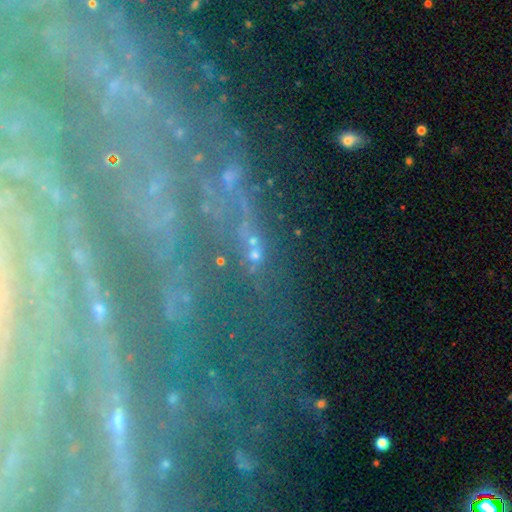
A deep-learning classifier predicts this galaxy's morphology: star or artifact 52%, smooth 28%, featured or disk 20%.